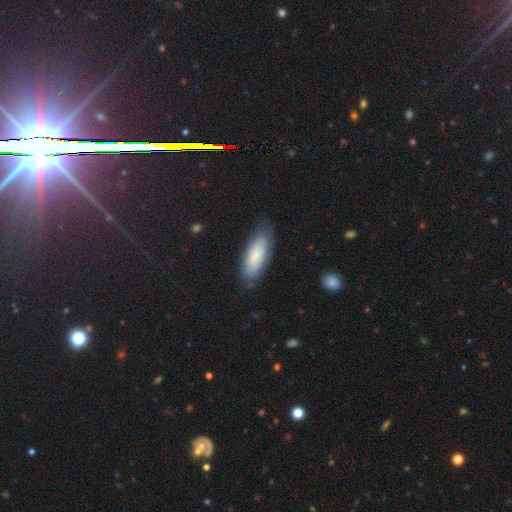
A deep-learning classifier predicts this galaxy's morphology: This is likely a smooth galaxy (75%). How rounded: likely in between (74%). Merging: likely none (74%).